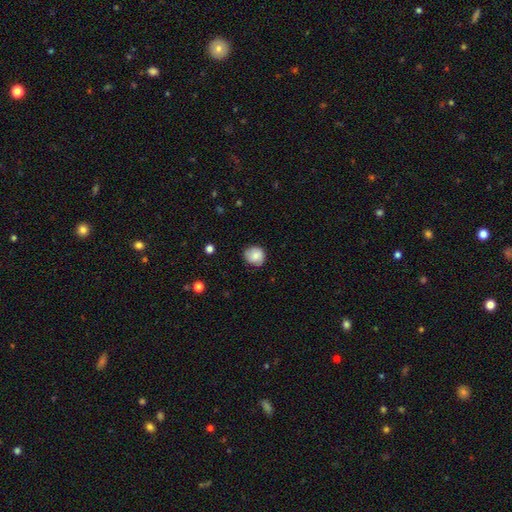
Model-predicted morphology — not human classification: A smooth galaxy with no disk features (75%) that is round (83%). Merging: none (74%).